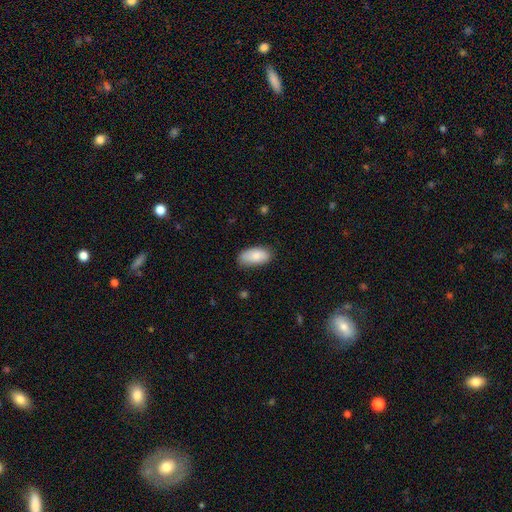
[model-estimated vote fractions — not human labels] Smooth or featured: smooth — 84% (featured or disk — 10%)
How rounded: in between — 93% (cigar-shaped — 4%)
Merging: none — 75% (minor disturbance — 21%)